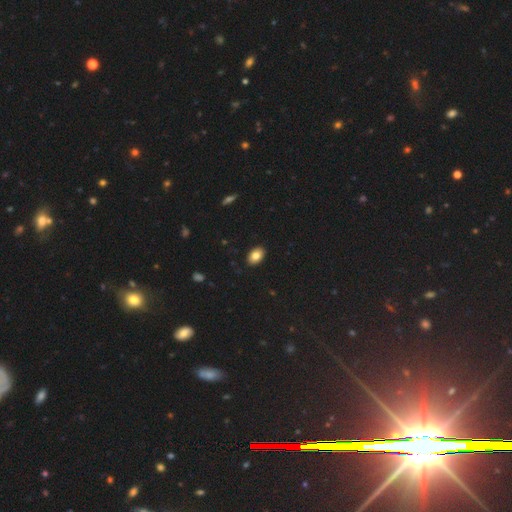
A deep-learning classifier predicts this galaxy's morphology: Smooth or featured? Predicted: smooth (p=0.83). How rounded? Predicted: in between (p=0.85). Merging? Predicted: none (p=0.90).